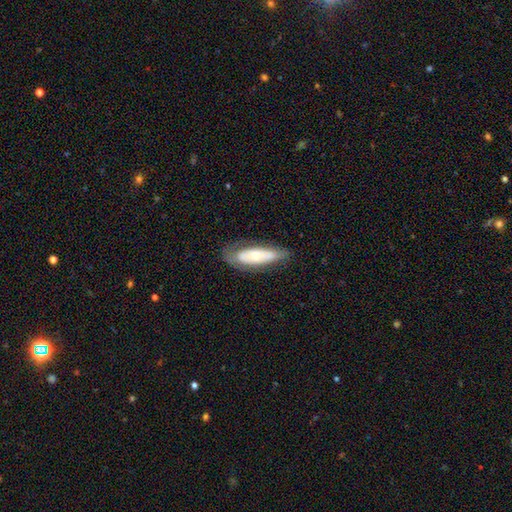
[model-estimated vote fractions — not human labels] This is possibly a smooth galaxy (50%). How rounded: possibly in between (56%). Merging: likely none (66%).